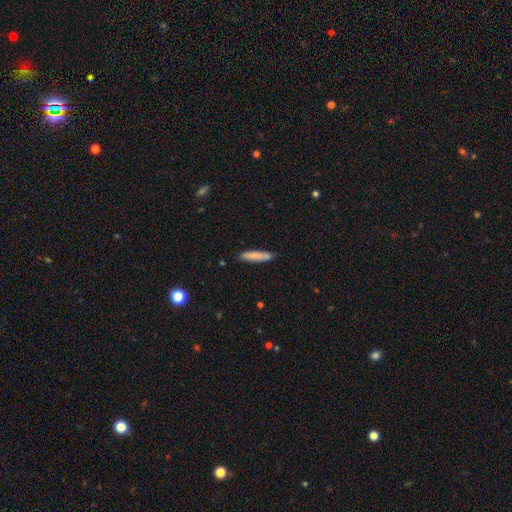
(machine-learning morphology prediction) smooth 81%, featured or disk 12%, star or artifact 6%. Down the decision tree: how rounded — cigar-shaped (86%); merging — none (81%).